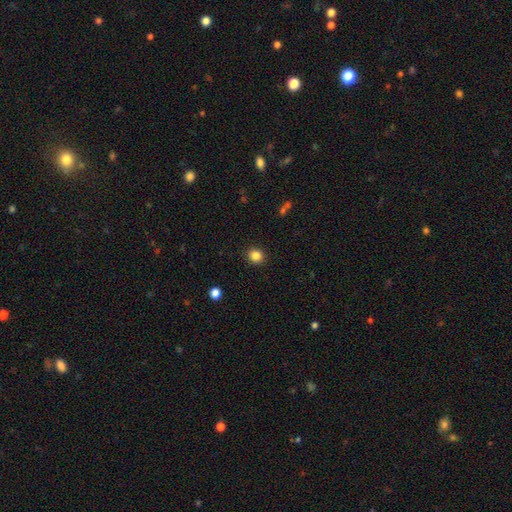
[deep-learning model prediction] Smooth or featured?
  - smooth: 84% *
  - star or artifact: 11%
  - featured or disk: 4%
How rounded?
  - round: 88% *
  - in between: 11%
  - cigar-shaped: 1%
Merging?
  - none: 92% *
  - minor disturbance: 6%
  - major disturbance: 2%
  - merger: 1%